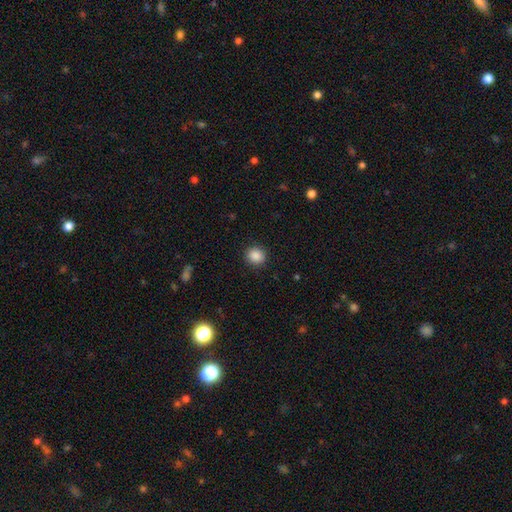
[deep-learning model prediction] Smooth or featured: smooth — 87% (star or artifact — 9%)
How rounded: round — 85% (in between — 14%)
Merging: none — 91% (minor disturbance — 6%)